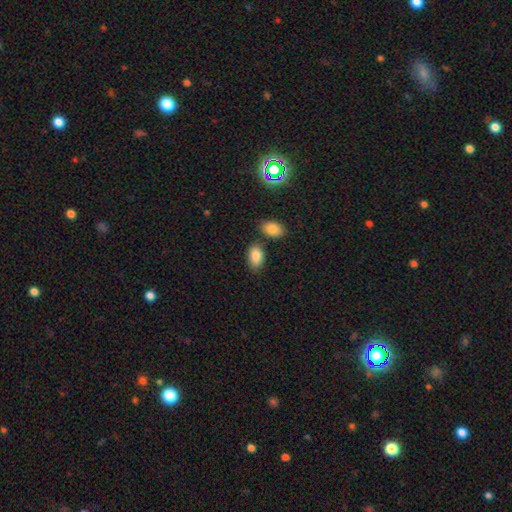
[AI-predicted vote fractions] Morphology: type=smooth (86%); roundness=in between (92%); merging=none (72%).